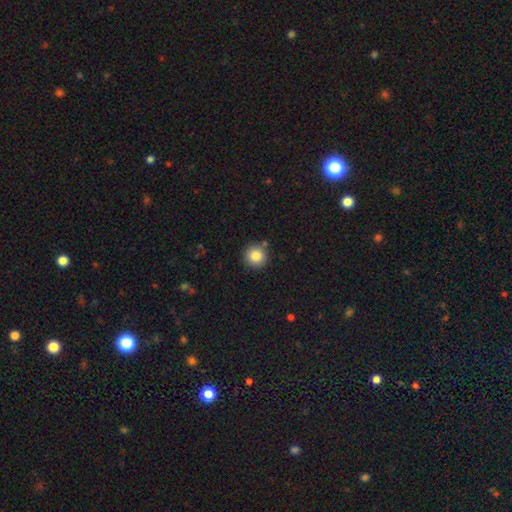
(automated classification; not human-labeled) This appears to be a smooth galaxy with no disk features (84%) that is round (95%). Merging: none (86%).